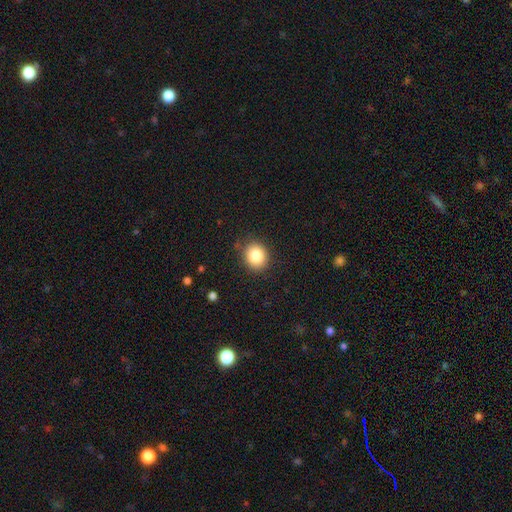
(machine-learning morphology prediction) Smooth or featured: smooth — 83% (star or artifact — 10%)
How rounded: round — 73% (in between — 26%)
Merging: none — 87% (minor disturbance — 9%)